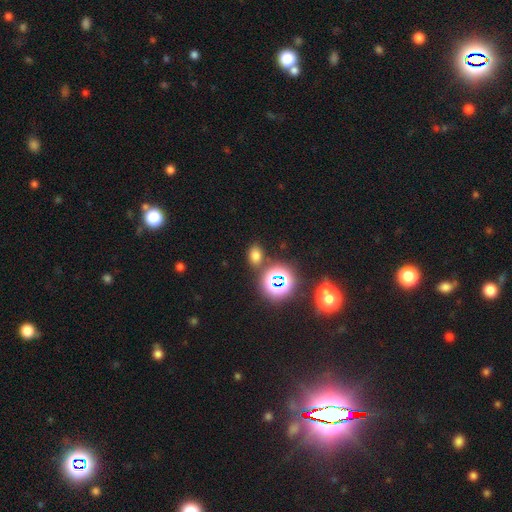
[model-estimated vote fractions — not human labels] A smooth galaxy with no disk features (65%) that is in between round and cigar-shaped (65%).

Vote fractions:
- Smooth or featured? smooth: 65% / star or artifact: 28% / featured or disk: 7%
- How rounded? in between: 65% / round: 34% / cigar-shaped: 1%
- Merging? none: 79% / minor disturbance: 10% / merger: 7% / major disturbance: 4%